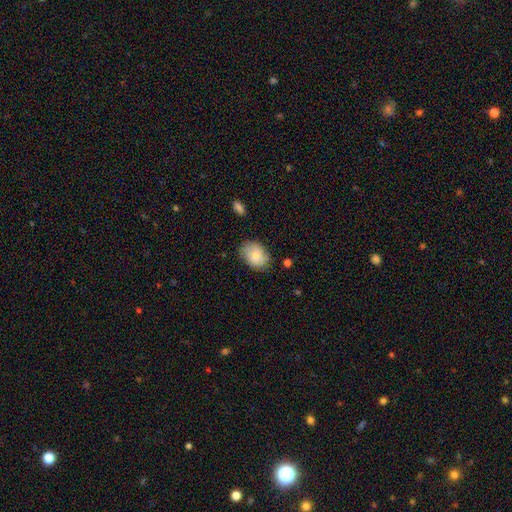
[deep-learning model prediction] This appears to be a smooth galaxy with no disk features (79%) that is in between round and cigar-shaped (66%). Merging: none (72%).